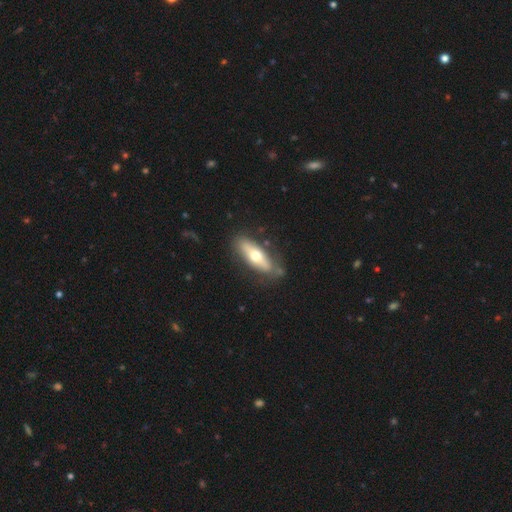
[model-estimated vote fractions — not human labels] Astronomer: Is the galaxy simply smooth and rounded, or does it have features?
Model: smooth — 54% (runner-up: featured or disk, 40%).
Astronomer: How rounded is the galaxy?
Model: in between — 53% (runner-up: cigar-shaped, 44%).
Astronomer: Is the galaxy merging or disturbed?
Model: none — 75%.